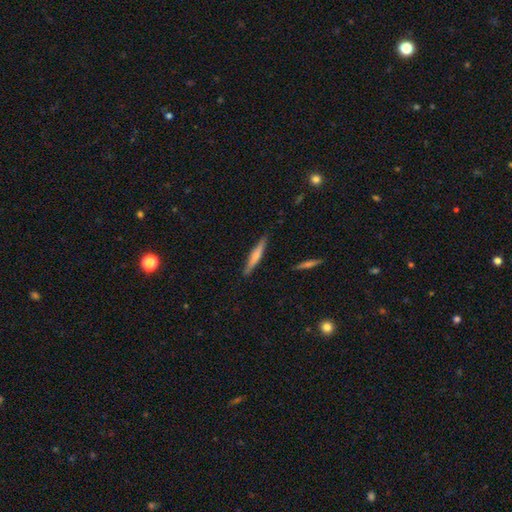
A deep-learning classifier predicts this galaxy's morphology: smooth 60%, featured or disk 34%, star or artifact 5%. Down the decision tree: how rounded — cigar-shaped (92%); merging — none (89%).